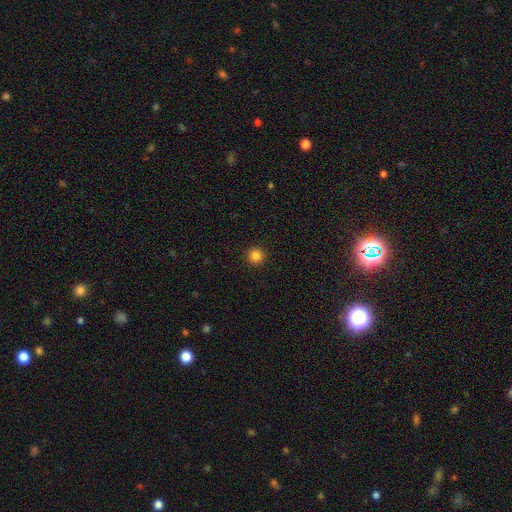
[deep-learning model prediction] Smooth or featured? smooth (84%)
How rounded? round (96%)
Merging? none (93%)